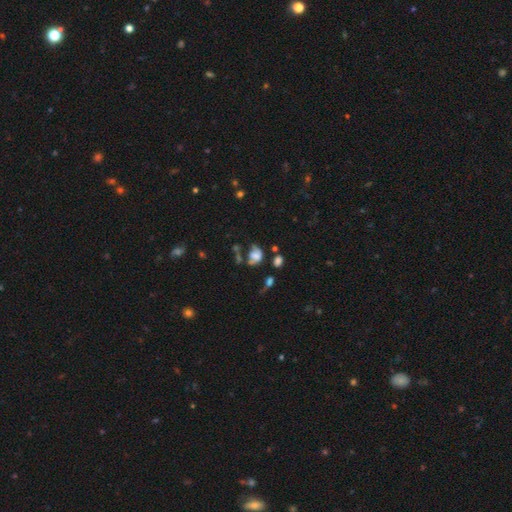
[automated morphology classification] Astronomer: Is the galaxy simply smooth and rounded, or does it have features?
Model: smooth — 57%.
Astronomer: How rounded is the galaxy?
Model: in between — 64%.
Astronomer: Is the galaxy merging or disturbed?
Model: none — 28%, tied with major disturbance at 28%.